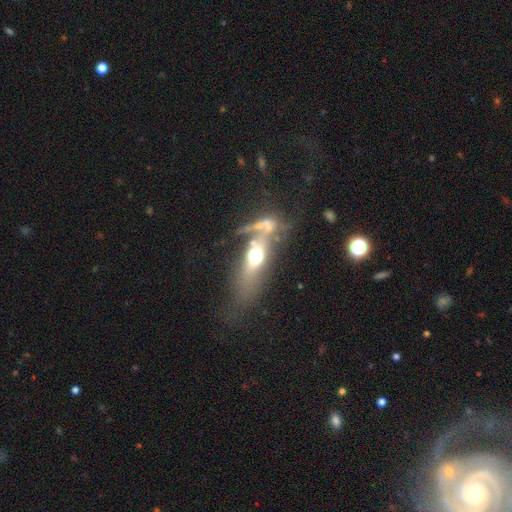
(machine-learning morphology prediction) A featured or disk galaxy (50%) with not edge-on (50%, tied with yes). Merging: none (38%).